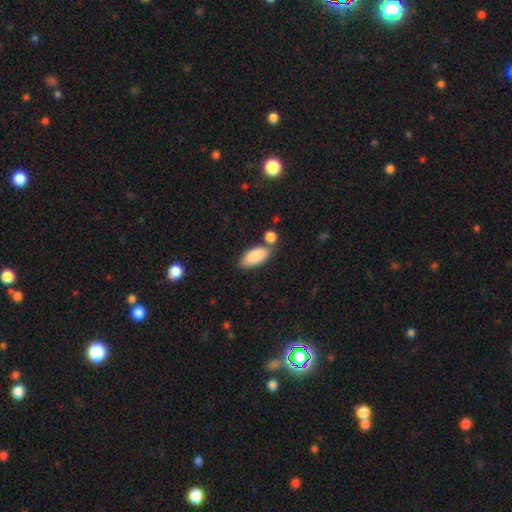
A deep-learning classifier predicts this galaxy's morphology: type=smooth (87%); roundness=in between (89%); merging=none (61%).